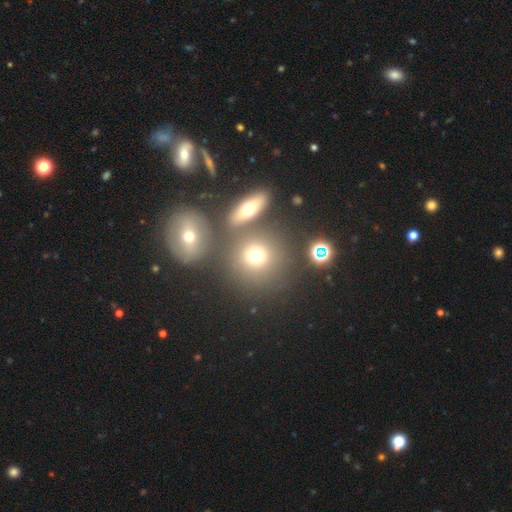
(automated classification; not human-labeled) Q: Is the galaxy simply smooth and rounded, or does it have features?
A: smooth — 71%.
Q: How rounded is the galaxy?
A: round — 85%.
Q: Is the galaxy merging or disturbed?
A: none — 64%.